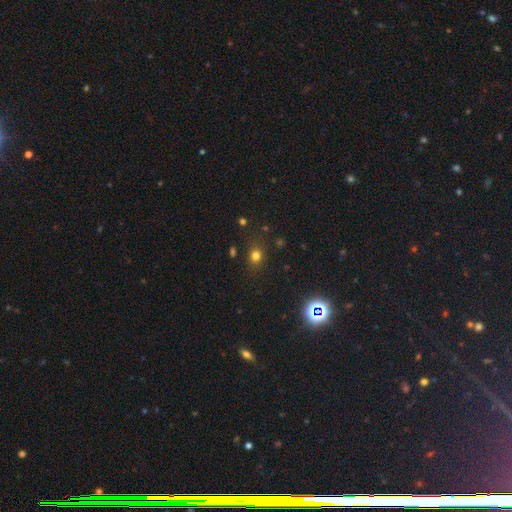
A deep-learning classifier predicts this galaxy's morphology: smooth 73%, star or artifact 20%, featured or disk 7%. Down the decision tree: how rounded — round (63%); merging — none (81%).